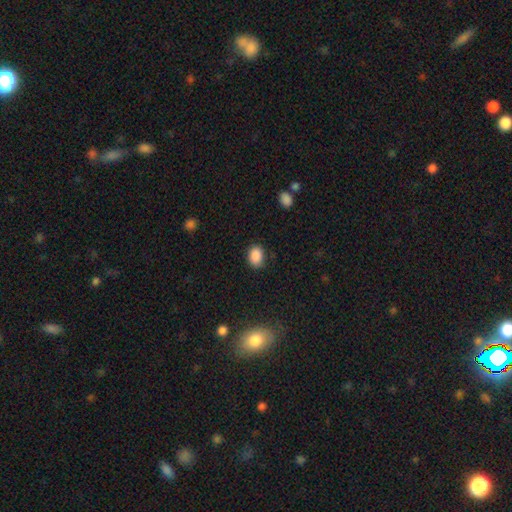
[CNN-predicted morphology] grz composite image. It shows a smooth galaxy with no disk features (88%) that is in between round and cigar-shaped (66%). Merging: none (83%).